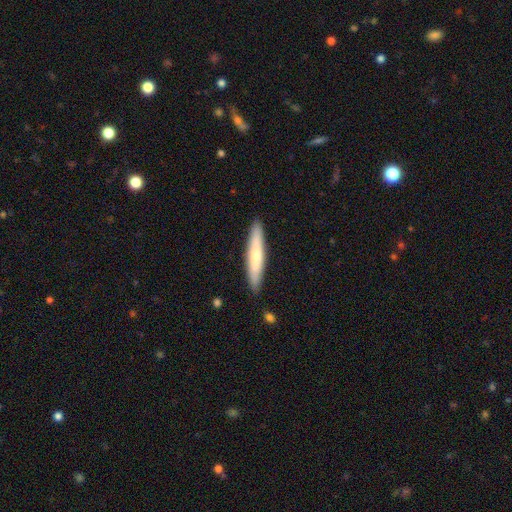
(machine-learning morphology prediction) smooth-or-featured: smooth: 58% | featured or disk: 35% | star or artifact: 7%
  how-rounded: cigar-shaped: 93% | in between: 6% | round: 1%
  merging: none: 90% | minor disturbance: 8% | major disturbance: 1% | merger: 1%